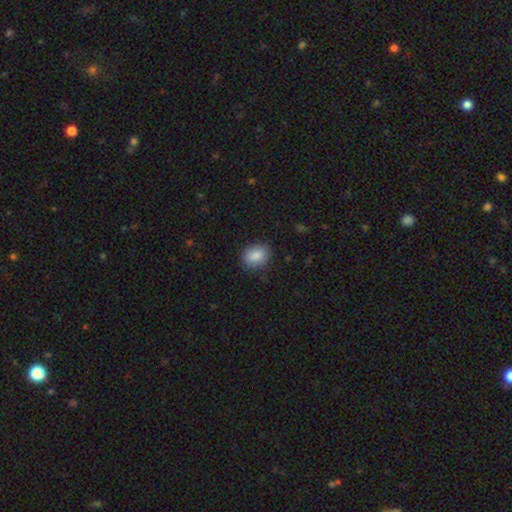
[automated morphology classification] smooth 87%, star or artifact 7%, featured or disk 5%. Down the decision tree: how rounded — in between (59%); merging — none (84%).